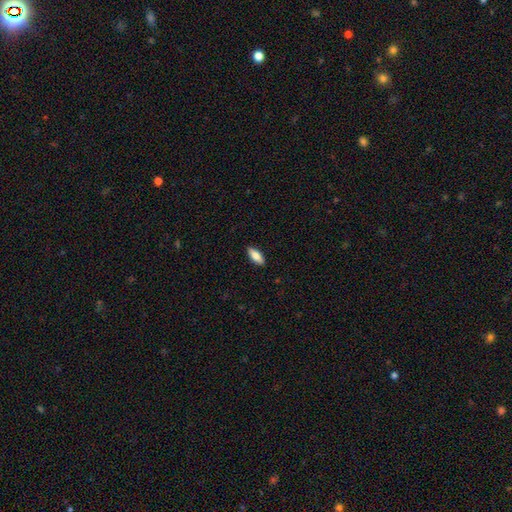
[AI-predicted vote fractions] Smooth or featured? smooth (79%)
How rounded? in between (73%)
Merging? none (89%)